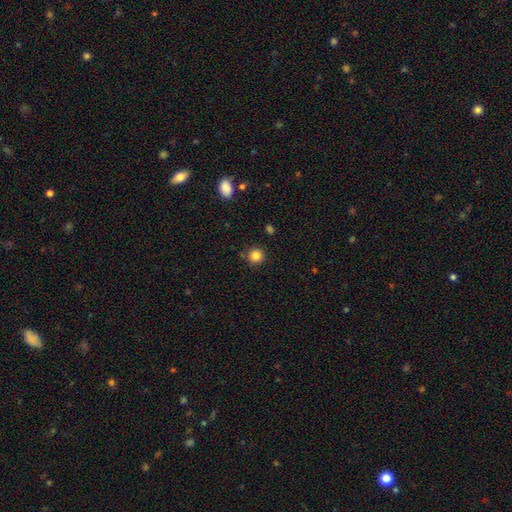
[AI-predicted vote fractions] This appears to be a smooth galaxy with no disk features (84%) that is round (93%). Merging: none (86%).